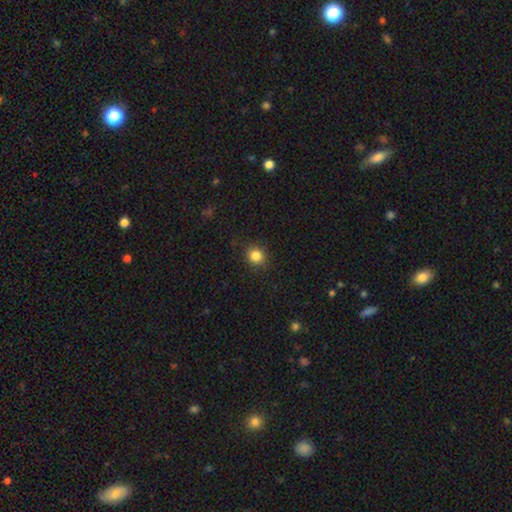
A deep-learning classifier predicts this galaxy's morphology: smooth_or_featured: smooth (p=0.84) [alt: star or artifact p=0.12]
how_rounded: round (p=0.83) [alt: in between p=0.17]
merging: none (p=0.87) [alt: minor disturbance p=0.09]